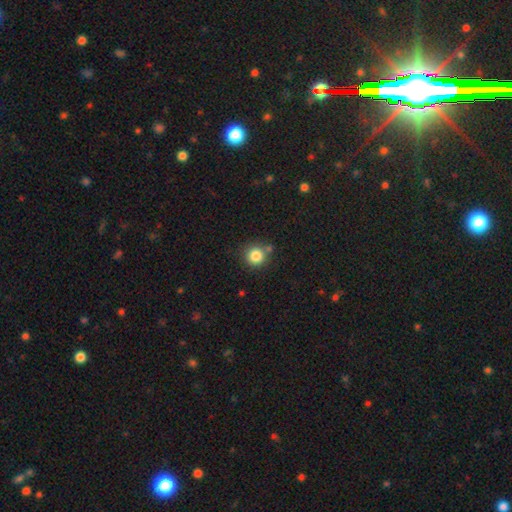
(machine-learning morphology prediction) This is clearly a smooth galaxy (84%). How rounded: clearly round (93%). Merging: likely none (77%).